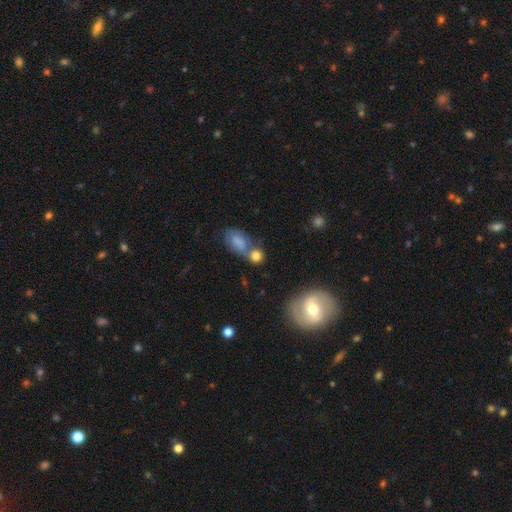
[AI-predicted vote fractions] smooth 74%, featured or disk 13%, star or artifact 12%. Down the decision tree: how rounded — round (69%); merging — none (42%).